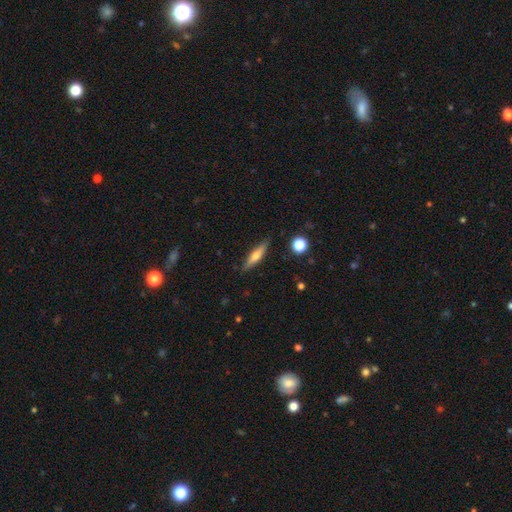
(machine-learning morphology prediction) smooth 50%, featured or disk 43%, star or artifact 7%. Down the decision tree: merging — none (86%).